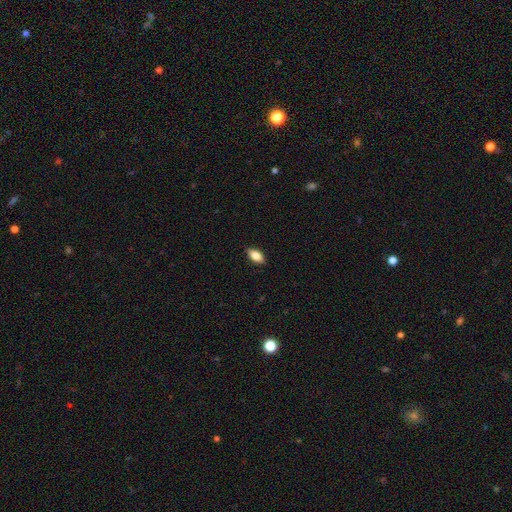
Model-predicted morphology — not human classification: The model was most divided on "smooth or featured": smooth: 80%, featured or disk: 13%, star or artifact: 7%. More confident: merging — none (88%); how rounded — in between (88%).